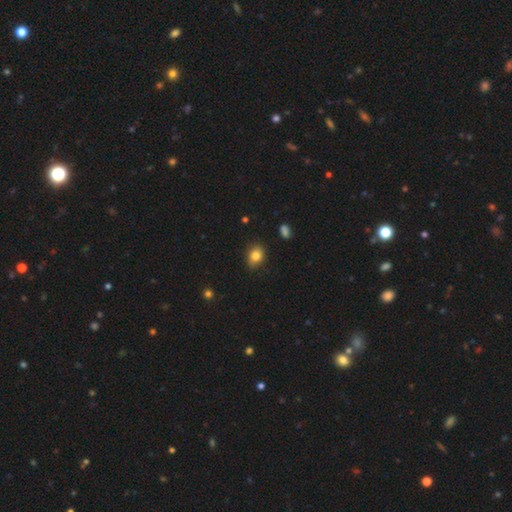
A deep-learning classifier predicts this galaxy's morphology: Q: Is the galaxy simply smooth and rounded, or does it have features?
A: smooth — 83%.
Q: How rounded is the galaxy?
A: in between — 52%.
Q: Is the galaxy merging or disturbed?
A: none — 81%.